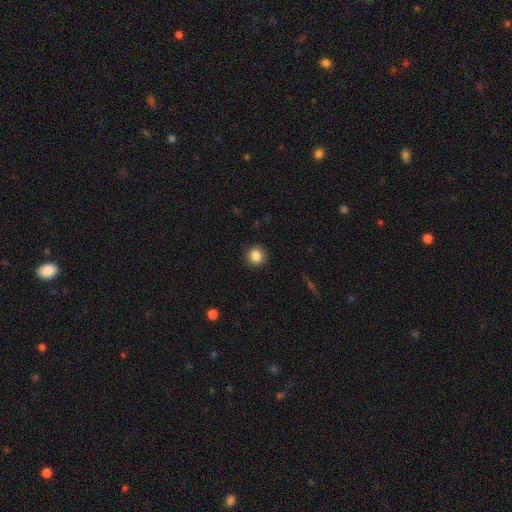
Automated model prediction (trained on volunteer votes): Overall: smooth (86%). How rounded: round (89%). Merging: none (91%).